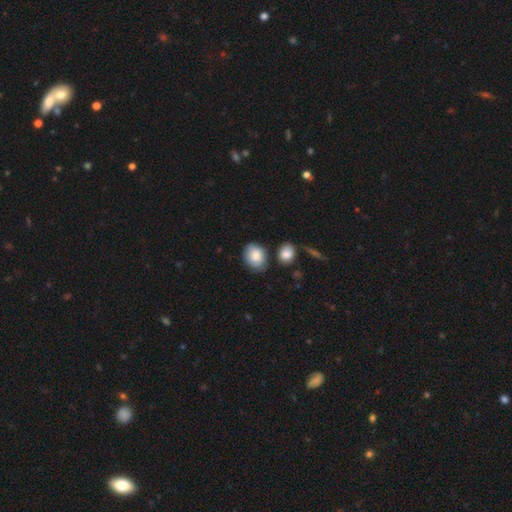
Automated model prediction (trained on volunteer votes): Smooth or featured?
  - smooth: 84% *
  - featured or disk: 9%
  - star or artifact: 6%
How rounded?
  - in between: 65% *
  - round: 34%
  - cigar-shaped: 1%
Merging?
  - none: 72% *
  - minor disturbance: 17%
  - merger: 7%
  - major disturbance: 4%